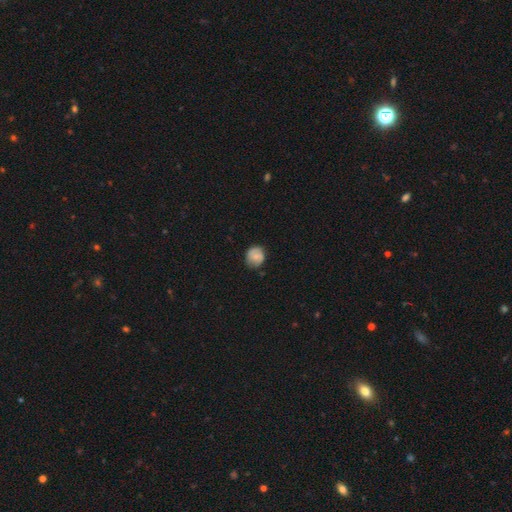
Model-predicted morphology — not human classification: Q: Smooth or featured?
A: smooth (68%); runner-up: featured or disk (23%)
Q: How rounded?
A: round (82%); runner-up: in between (17%)
Q: Merging?
A: none (74%); runner-up: minor disturbance (20%)